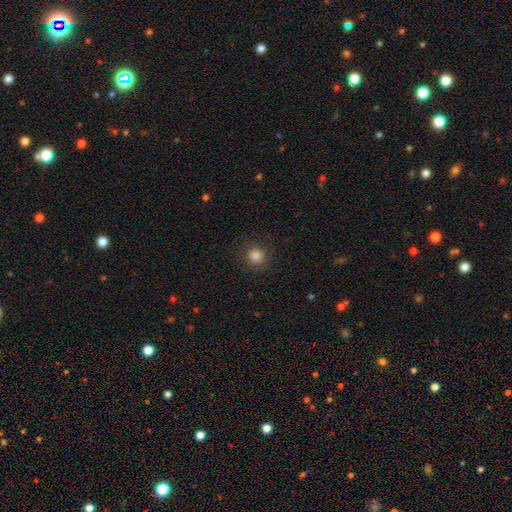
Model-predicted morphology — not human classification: This is clearly a smooth galaxy (84%). How rounded: clearly round (92%). Merging: clearly none (90%).